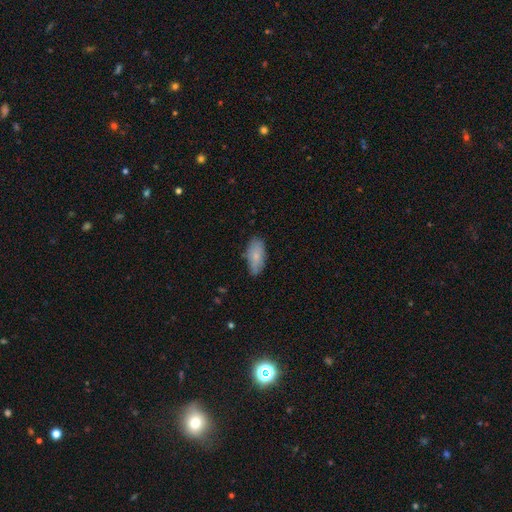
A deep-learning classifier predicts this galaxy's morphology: smooth-or-featured: smooth: 74% | featured or disk: 20% | star or artifact: 6%
  how-rounded: in between: 90% | cigar-shaped: 7% | round: 2%
  merging: none: 74% | minor disturbance: 21% | major disturbance: 4% | merger: 2%